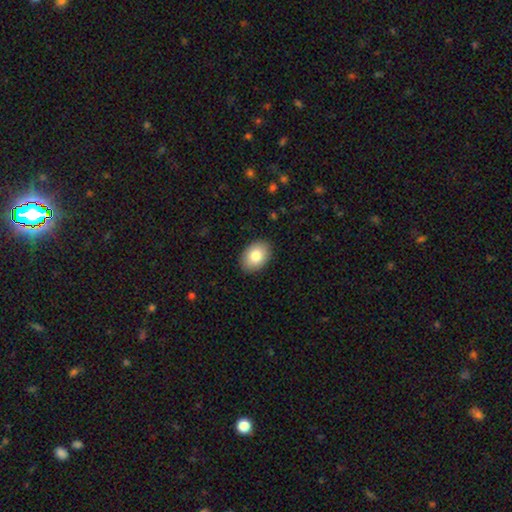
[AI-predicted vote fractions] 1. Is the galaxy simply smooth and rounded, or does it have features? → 85% smooth, 9% featured or disk, 7% star or artifact.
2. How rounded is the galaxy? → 83% in between, 16% round, 1% cigar-shaped.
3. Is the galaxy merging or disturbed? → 89% none, 8% minor disturbance, 2% major disturbance, 1% merger.